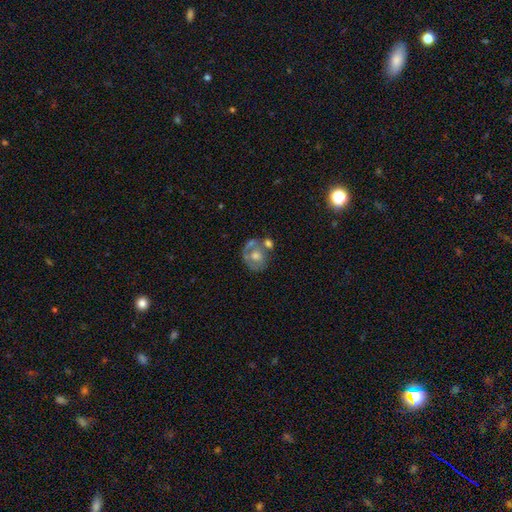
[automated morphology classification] Smooth or featured: featured or disk — 56% (smooth — 36%)
Edge-on disk: no — 97% (yes — 3%)
Bar: no — 80% (weak — 16%)
Spiral arms: no — 60% (yes — 40%)
Bulge size: moderate — 65% (small — 15%)
Merging: none — 42% (merger — 27%)